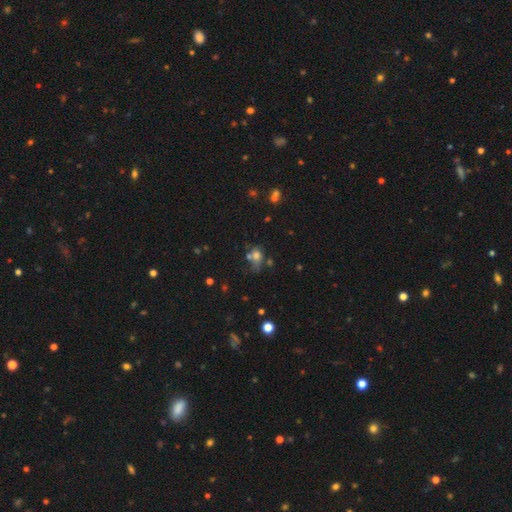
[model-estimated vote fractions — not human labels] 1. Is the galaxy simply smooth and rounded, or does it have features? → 65% smooth, 19% star or artifact, 17% featured or disk.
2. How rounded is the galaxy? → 57% round, 41% in between, 2% cigar-shaped.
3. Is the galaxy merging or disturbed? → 37% none, 24% merger, 20% minor disturbance, 19% major disturbance.